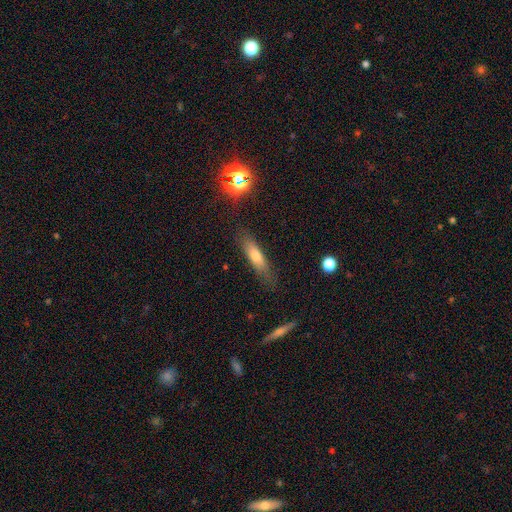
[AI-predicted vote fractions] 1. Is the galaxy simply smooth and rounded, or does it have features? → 63% smooth, 27% featured or disk, 10% star or artifact.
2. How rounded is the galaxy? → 71% cigar-shaped, 27% in between, 3% round.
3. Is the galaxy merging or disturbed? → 79% none, 15% minor disturbance, 4% major disturbance, 2% merger.